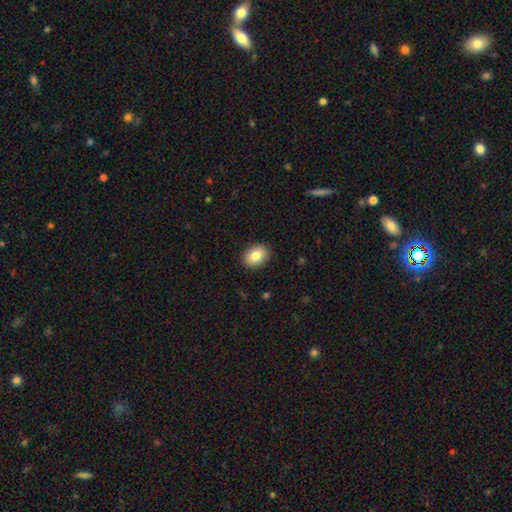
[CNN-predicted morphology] Q: Smooth or featured?
A: smooth (83%); runner-up: featured or disk (9%)
Q: How rounded?
A: in between (69%); runner-up: round (30%)
Q: Merging?
A: none (90%); runner-up: minor disturbance (7%)